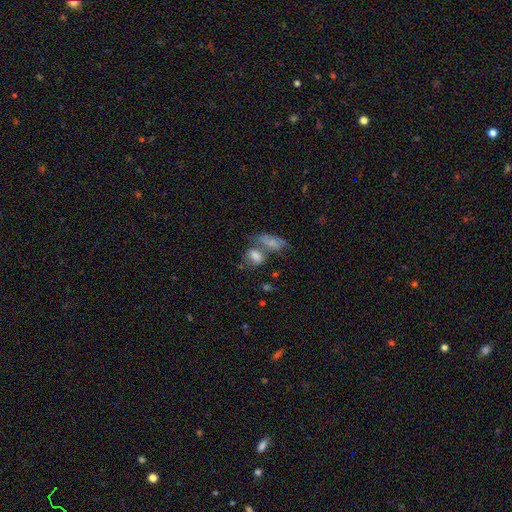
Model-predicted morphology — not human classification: Smooth or featured: smooth — 73% (featured or disk — 18%)
How rounded: in between — 77% (round — 20%)
Merging: merger — 49% (none — 32%)